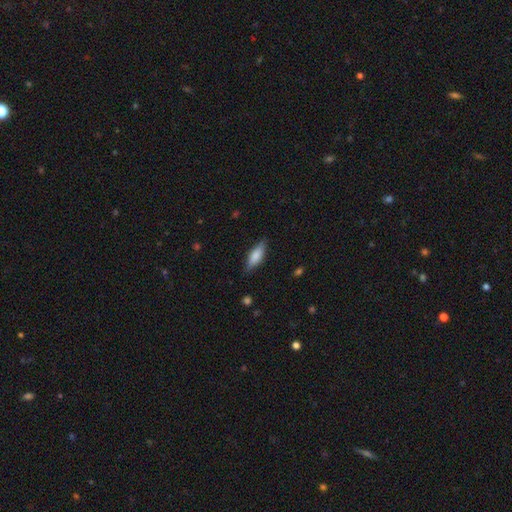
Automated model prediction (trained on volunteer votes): Q: Smooth or featured?
A: smooth (73%); runner-up: featured or disk (20%)
Q: How rounded?
A: in between (57%); runner-up: cigar-shaped (41%)
Q: Merging?
A: none (82%); runner-up: minor disturbance (14%)